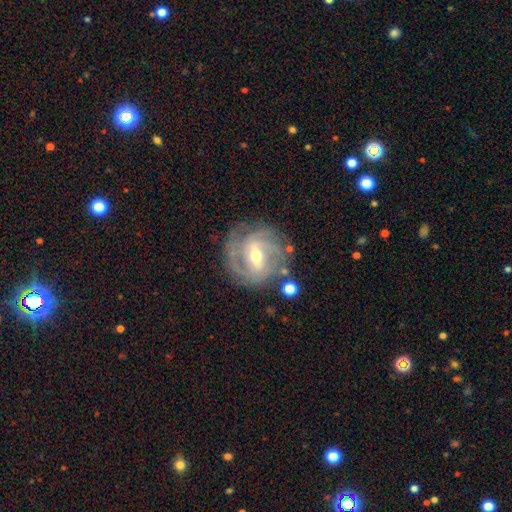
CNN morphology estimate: This appears to be a featured or disk galaxy (87%) with a weak bar (47%), 3 (31%) tight (55%) spiral arms (95%) and a moderate central bulge (59%). Merging: none (77%).